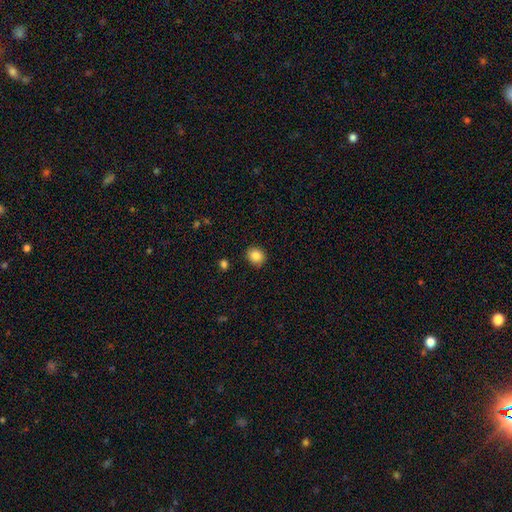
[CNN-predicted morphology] smooth_or_featured: smooth (p=0.85) [alt: star or artifact p=0.10]
how_rounded: round (p=0.78) [alt: in between p=0.21]
merging: none (p=0.90) [alt: minor disturbance p=0.07]